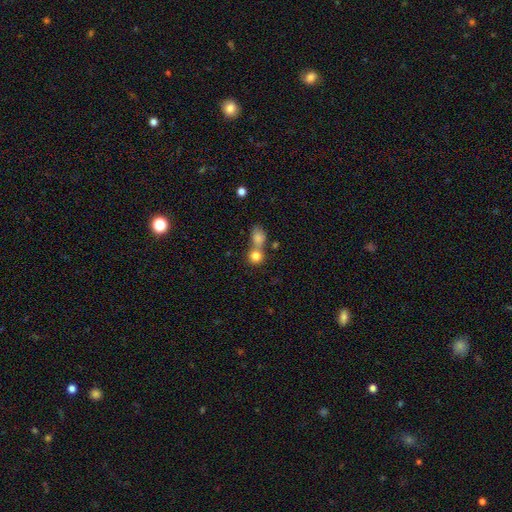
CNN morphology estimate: Q: Smooth or featured?
A: smooth (81%); runner-up: star or artifact (11%)
Q: How rounded?
A: round (82%); runner-up: in between (17%)
Q: Merging?
A: merger (49%); runner-up: none (41%)